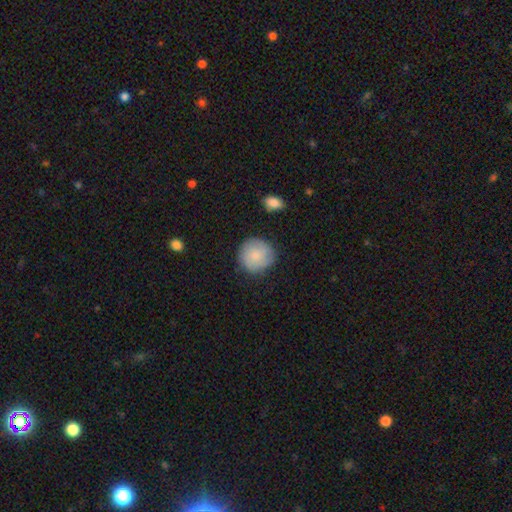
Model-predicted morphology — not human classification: Smooth or featured?
  - smooth: 73% *
  - featured or disk: 21%
  - star or artifact: 7%
How rounded?
  - round: 93% *
  - in between: 6%
  - cigar-shaped: 1%
Merging?
  - none: 80% *
  - minor disturbance: 14%
  - major disturbance: 4%
  - merger: 2%